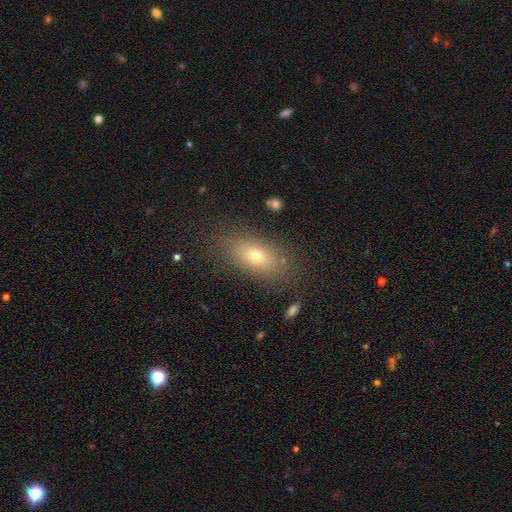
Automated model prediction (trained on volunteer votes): This is likely a smooth galaxy (69%). How rounded: likely in between (79%). Merging: clearly none (81%).